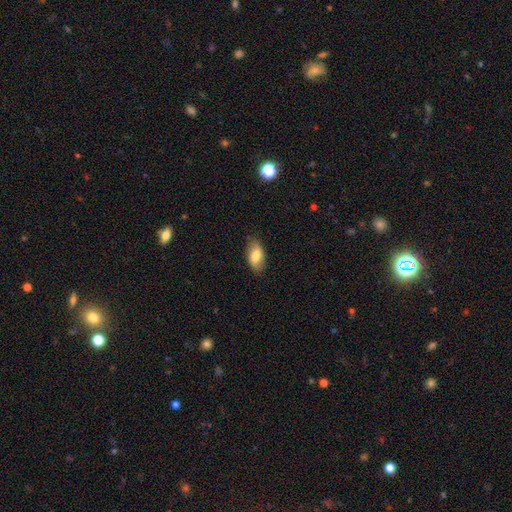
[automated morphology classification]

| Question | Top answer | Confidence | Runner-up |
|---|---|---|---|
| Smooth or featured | smooth | 75% | featured or disk (18%) |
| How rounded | in between | 92% | cigar-shaped (4%) |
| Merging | none | 81% | minor disturbance (15%) |